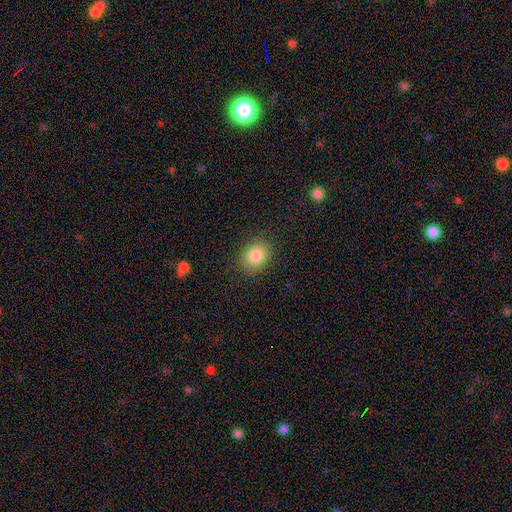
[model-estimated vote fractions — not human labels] Smooth or featured? smooth (84%)
How rounded? round (51%)
Merging? none (86%)